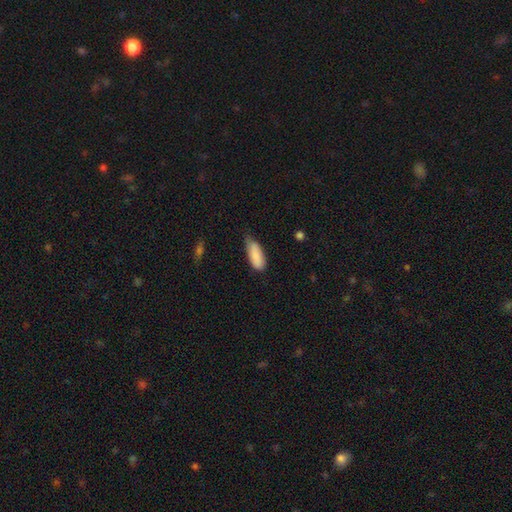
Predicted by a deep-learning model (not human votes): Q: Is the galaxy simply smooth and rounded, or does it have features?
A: smooth — 87%.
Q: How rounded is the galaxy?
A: in between — 79%.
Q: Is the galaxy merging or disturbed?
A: none — 49%.